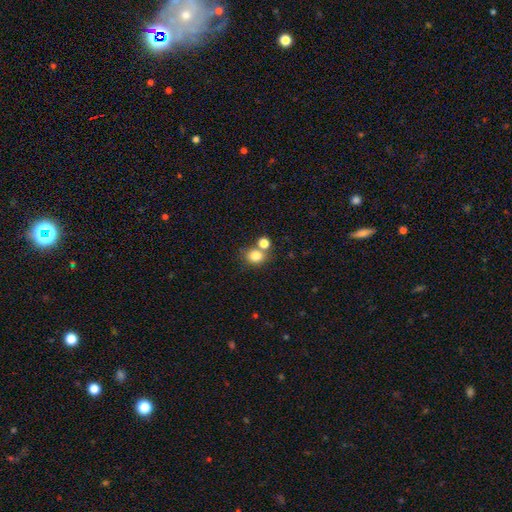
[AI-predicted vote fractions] This appears to be a smooth galaxy with no disk features (81%) that is round (71%). Merging: none (60%).